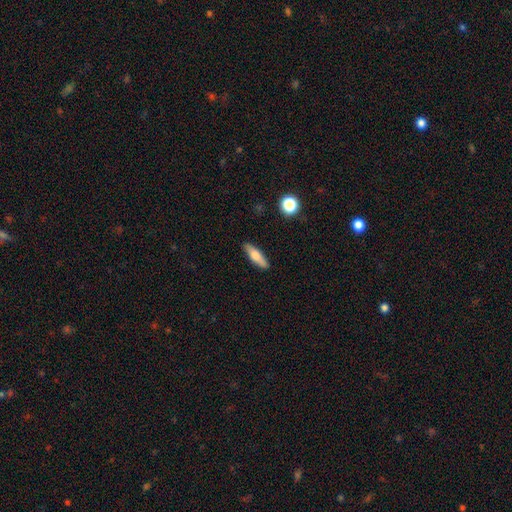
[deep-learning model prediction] Smooth or featured? smooth (70%)
How rounded? cigar-shaped (60%)
Merging? none (87%)